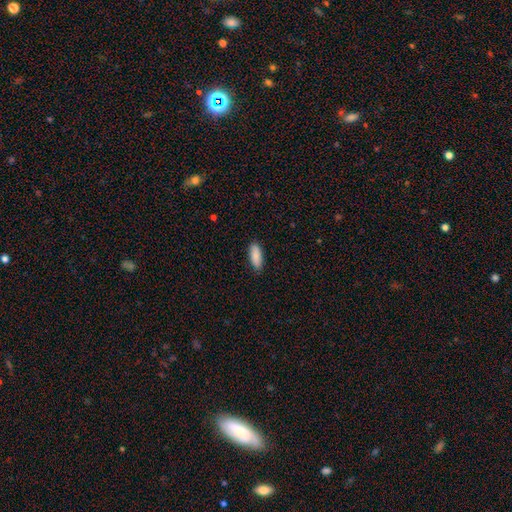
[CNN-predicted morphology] smooth 89%, star or artifact 6%, featured or disk 5%. Down the decision tree: how rounded — in between (73%); merging — none (88%).